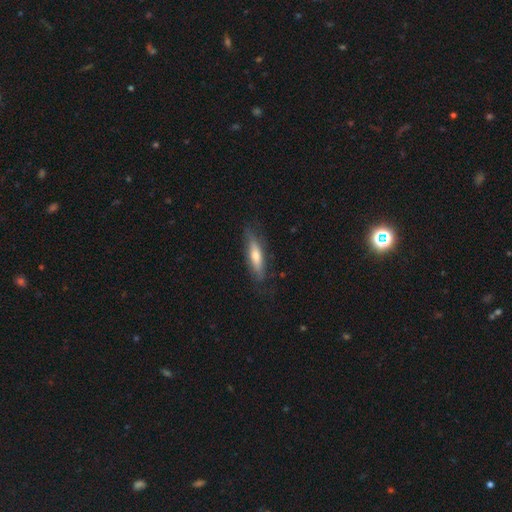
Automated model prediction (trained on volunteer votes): smooth 56%, featured or disk 38%, star or artifact 6%. Down the decision tree: how rounded — cigar-shaped (69%); merging — none (73%).